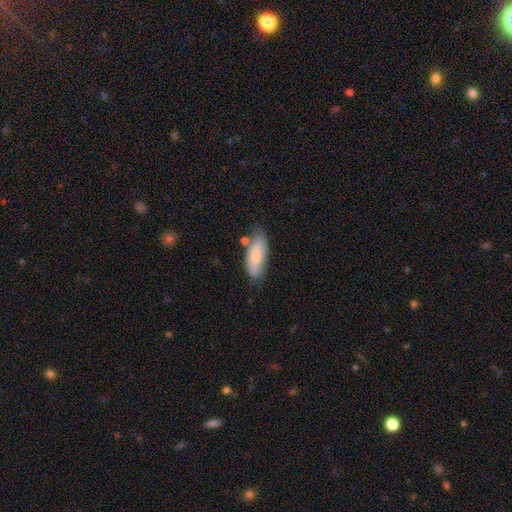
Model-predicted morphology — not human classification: Smooth or featured? smooth (81%)
How rounded? in between (74%)
Merging? none (64%)